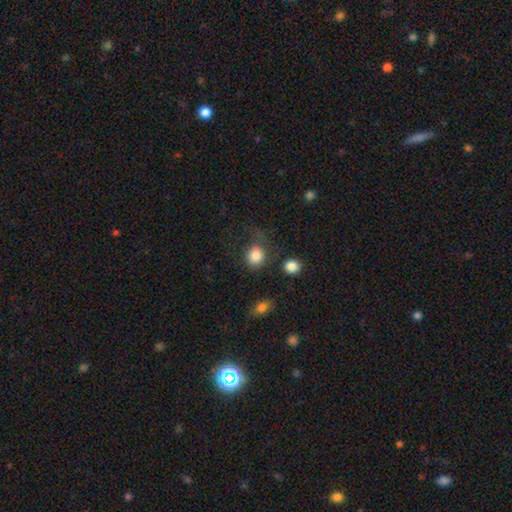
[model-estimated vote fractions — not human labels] Smooth or featured? Predicted: smooth (p=0.84). How rounded? Predicted: round (p=0.72). Merging? Predicted: none (p=0.63).